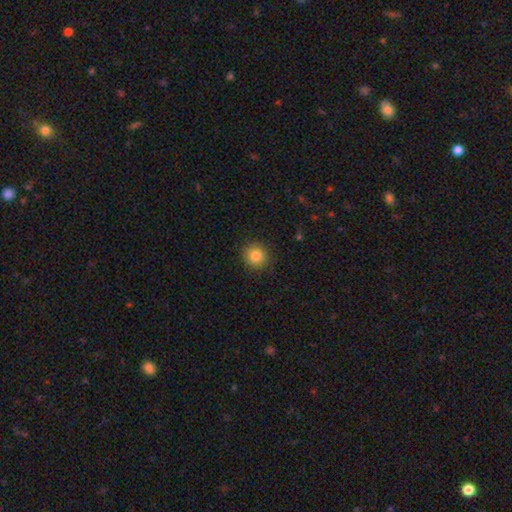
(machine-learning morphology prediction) This appears to be a smooth galaxy with no disk features (84%) that is round (87%). Merging: none (88%).